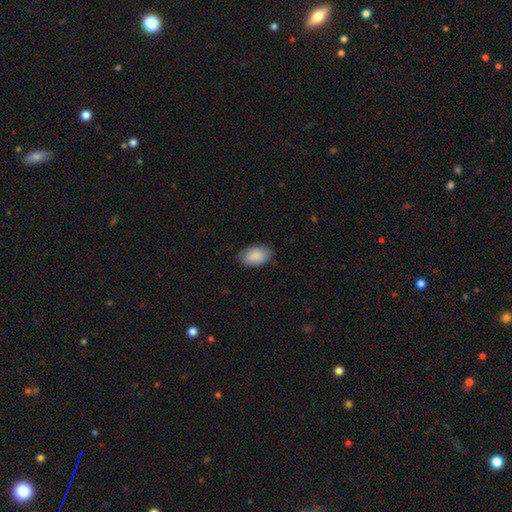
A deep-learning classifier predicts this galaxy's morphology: This is clearly a smooth galaxy (89%). How rounded: clearly in between (93%). Merging: clearly none (81%).